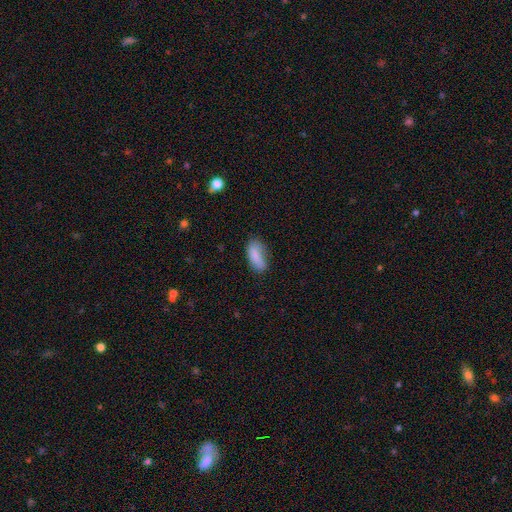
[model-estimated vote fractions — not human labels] smooth_or_featured: smooth (p=0.84) [alt: star or artifact p=0.08]
how_rounded: in between (p=0.82) [alt: cigar-shaped p=0.15]
merging: none (p=0.58) [alt: minor disturbance p=0.29]